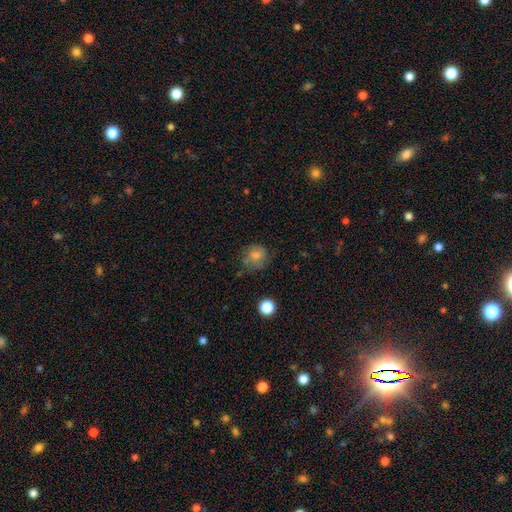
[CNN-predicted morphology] smooth-or-featured: smooth: 72% | featured or disk: 17% | star or artifact: 11%
  how-rounded: round: 77% | in between: 22% | cigar-shaped: 1%
  merging: none: 58% | minor disturbance: 26% | major disturbance: 13% | merger: 4%